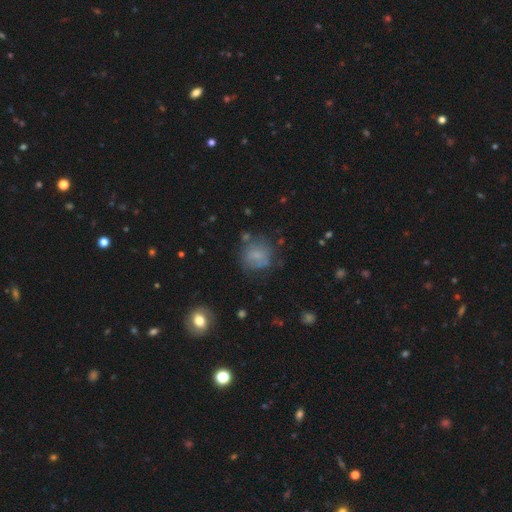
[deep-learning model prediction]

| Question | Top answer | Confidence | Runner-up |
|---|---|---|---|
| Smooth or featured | smooth | 62% | featured or disk (24%) |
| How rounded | round | 81% | in between (18%) |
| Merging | none | 62% | minor disturbance (22%) |